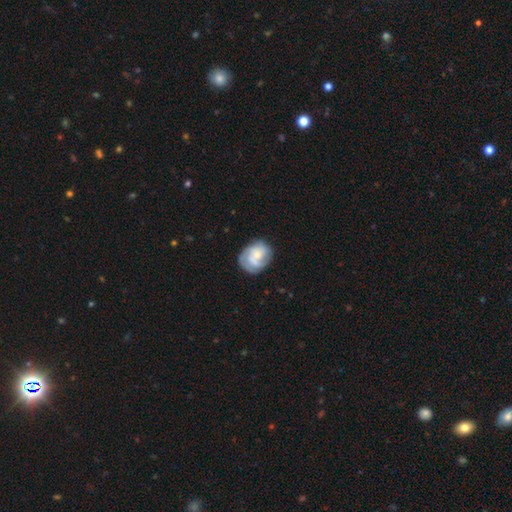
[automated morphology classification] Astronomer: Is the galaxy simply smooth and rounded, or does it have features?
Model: featured or disk — 62%.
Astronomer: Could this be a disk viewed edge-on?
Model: no — 98%.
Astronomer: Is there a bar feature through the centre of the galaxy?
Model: no — 68%.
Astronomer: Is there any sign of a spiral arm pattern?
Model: yes — 86%.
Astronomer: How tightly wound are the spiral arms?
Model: tight — 49% (runner-up: medium, 36%).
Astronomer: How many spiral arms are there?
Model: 3 — 31% (runner-up: can't tell, 30%).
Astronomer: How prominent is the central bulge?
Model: small — 44% (runner-up: moderate, 35%).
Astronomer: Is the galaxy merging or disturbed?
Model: none — 66%.